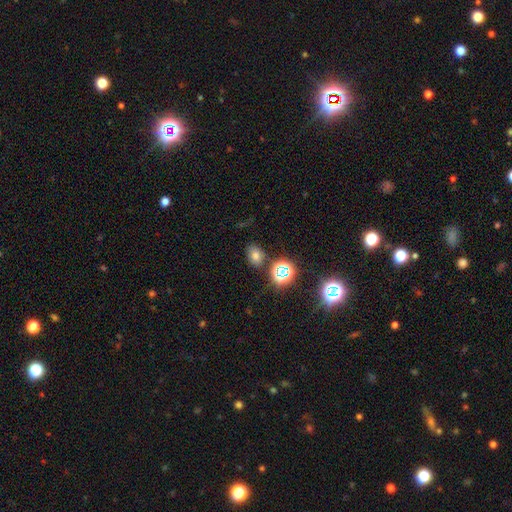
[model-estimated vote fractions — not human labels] Q: Smooth or featured?
A: smooth (63%); runner-up: star or artifact (28%)
Q: How rounded?
A: in between (58%); runner-up: round (41%)
Q: Merging?
A: none (81%); runner-up: minor disturbance (11%)